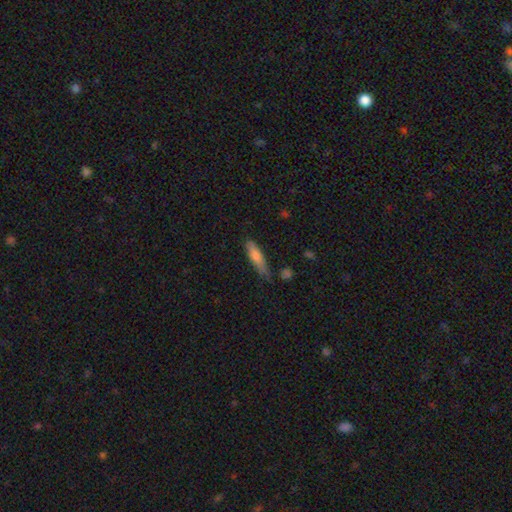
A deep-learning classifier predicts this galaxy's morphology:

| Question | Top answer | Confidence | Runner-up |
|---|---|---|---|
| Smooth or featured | smooth | 76% | featured or disk (17%) |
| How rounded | cigar-shaped | 66% | in between (32%) |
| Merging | none | 67% | minor disturbance (24%) |